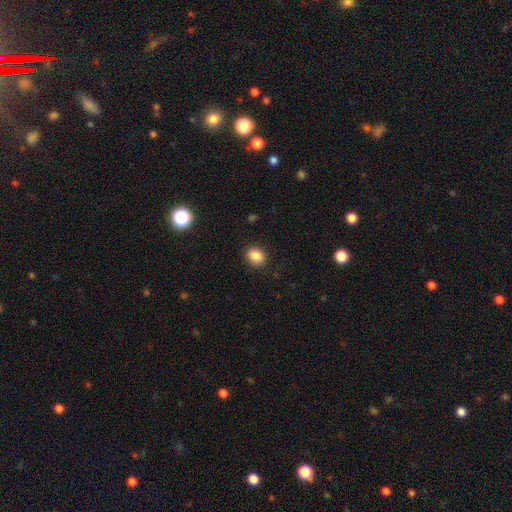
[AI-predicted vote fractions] smooth-or-featured: smooth: 86% | star or artifact: 10% | featured or disk: 4%
  how-rounded: round: 57% | in between: 42% | cigar-shaped: 1%
  merging: none: 89% | minor disturbance: 8% | major disturbance: 2% | merger: 1%